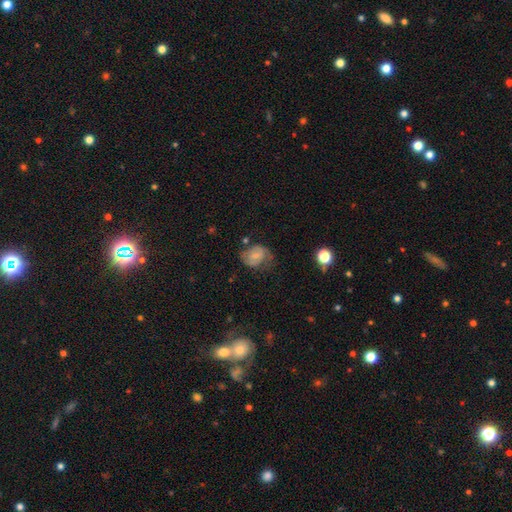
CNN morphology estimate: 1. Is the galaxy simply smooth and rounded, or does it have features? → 54% smooth, 37% featured or disk, 9% star or artifact.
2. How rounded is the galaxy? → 55% in between, 44% round, 1% cigar-shaped.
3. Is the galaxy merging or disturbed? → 44% none, 31% minor disturbance, 21% major disturbance, 4% merger.